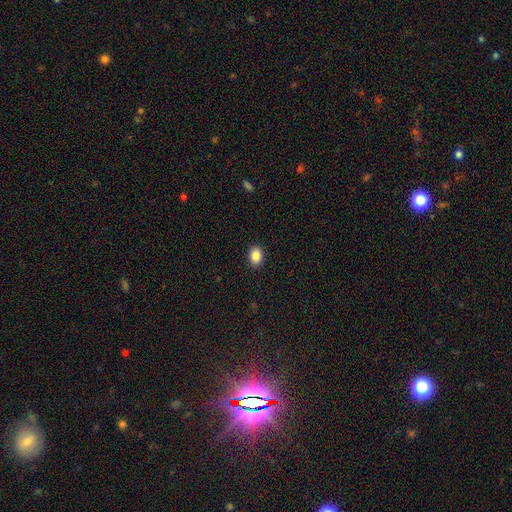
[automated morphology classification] Q: Smooth or featured?
A: smooth (88%); runner-up: star or artifact (9%)
Q: How rounded?
A: in between (70%); runner-up: round (29%)
Q: Merging?
A: none (90%); runner-up: minor disturbance (7%)